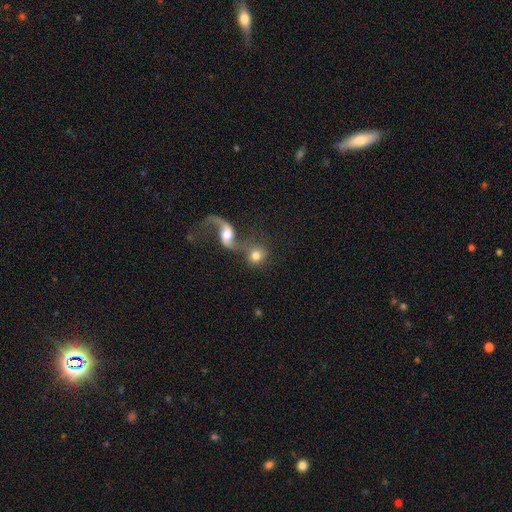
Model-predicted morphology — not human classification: Smooth or featured? smooth (66%)
How rounded? round (77%)
Merging? merger (47%)